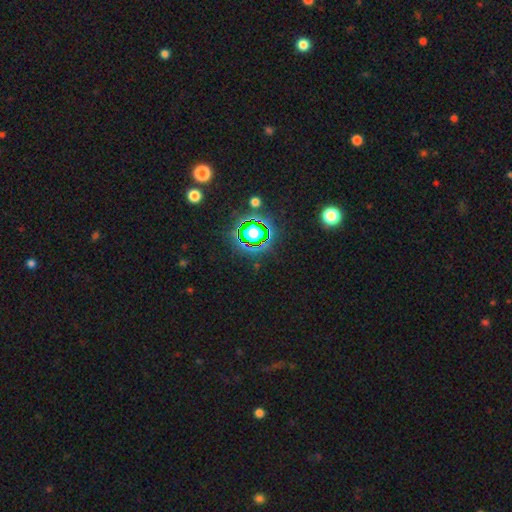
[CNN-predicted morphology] Smooth or featured: star or artifact — 80% (smooth — 12%)